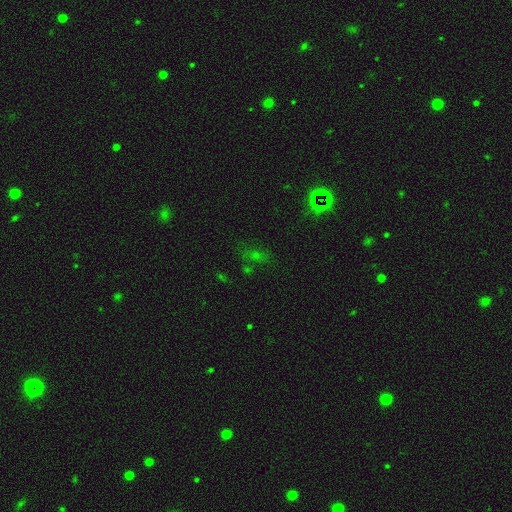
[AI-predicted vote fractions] Q: Smooth or featured?
A: star or artifact (49%); runner-up: smooth (38%)